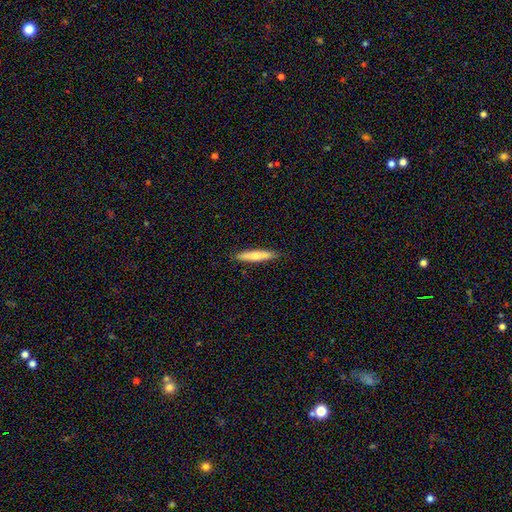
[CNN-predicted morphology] This is likely a smooth galaxy (65%). How rounded: clearly cigar-shaped (88%). Merging: clearly none (88%).